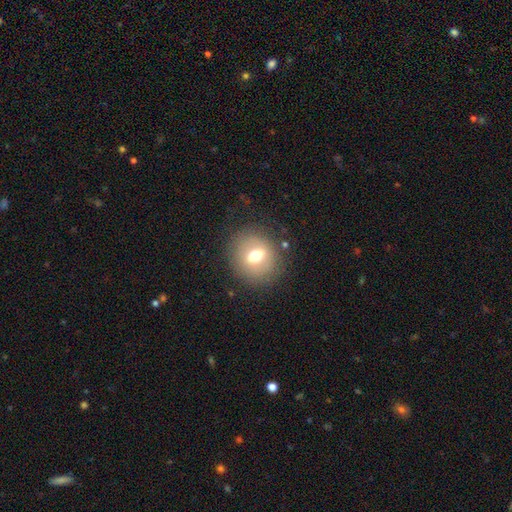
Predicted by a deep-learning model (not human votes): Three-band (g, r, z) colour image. It shows a smooth galaxy with no disk features (55%) that is round (80%). Merging: none (81%).